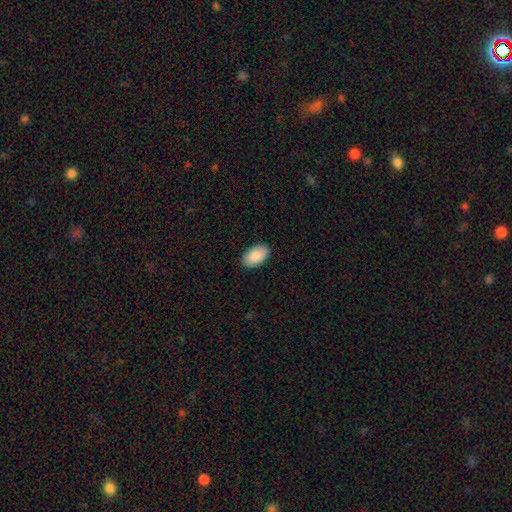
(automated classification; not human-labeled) Q: Smooth or featured?
A: smooth (90%); runner-up: star or artifact (6%)
Q: How rounded?
A: in between (96%); runner-up: round (3%)
Q: Merging?
A: none (89%); runner-up: minor disturbance (8%)